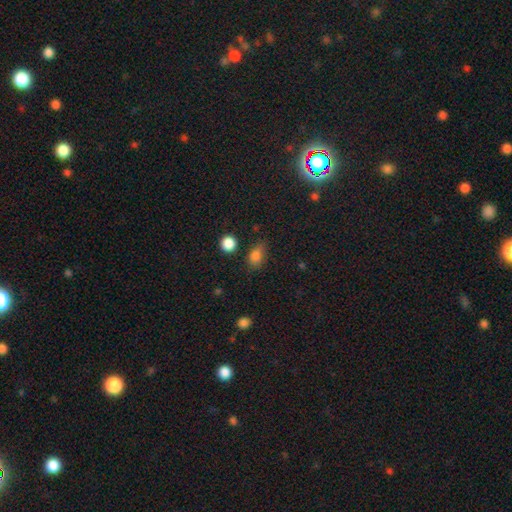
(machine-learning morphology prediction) A smooth galaxy with no disk features (83%) that is in between round and cigar-shaped (70%).

Vote fractions:
- Smooth or featured? smooth: 83% / star or artifact: 12% / featured or disk: 6%
- How rounded? in between: 70% / round: 27% / cigar-shaped: 3%
- Merging? none: 65% / minor disturbance: 25% / major disturbance: 7% / merger: 4%